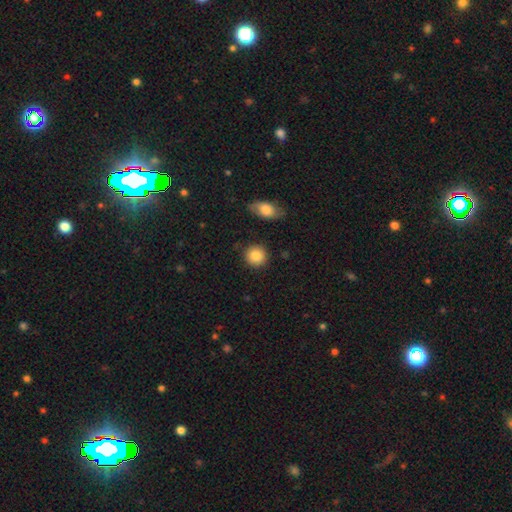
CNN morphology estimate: This is clearly a smooth galaxy (86%). How rounded: clearly round (90%). Merging: clearly none (88%).